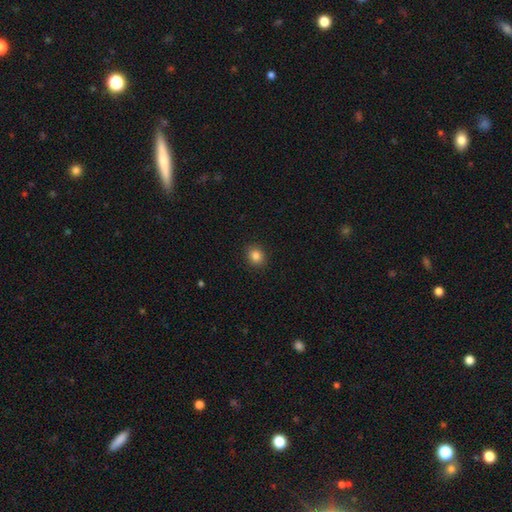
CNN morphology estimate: The model was most divided on "how rounded": round: 76%, in between: 23%, cigar-shaped: 1%. More confident: merging — none (91%); smooth or featured — smooth (84%).